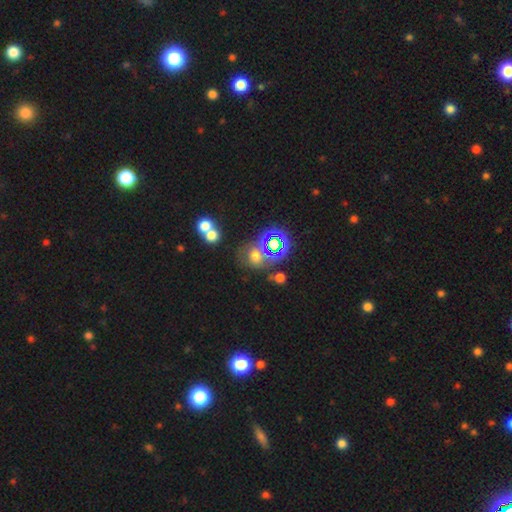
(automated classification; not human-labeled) Smooth or featured: smooth — 48% (star or artifact — 36%)
Merging: none — 48% (merger — 26%)